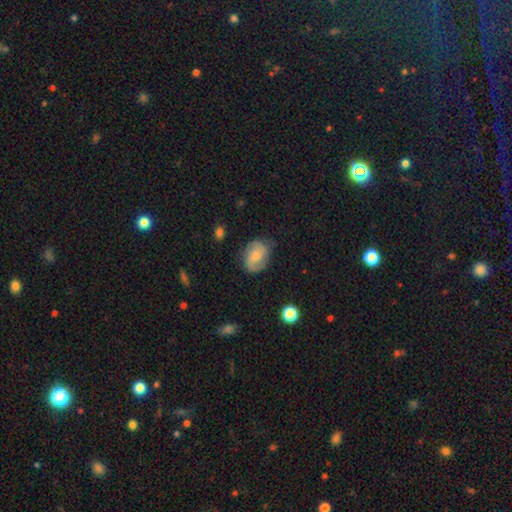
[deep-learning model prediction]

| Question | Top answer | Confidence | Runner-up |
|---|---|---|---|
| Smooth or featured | featured or disk | 64% | smooth (29%) |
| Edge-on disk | no | 97% | yes (3%) |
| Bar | no | 54% | weak (39%) |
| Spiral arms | yes | 92% | no (8%) |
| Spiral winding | medium | 48% | tight (31%) |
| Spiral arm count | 2 | 85% | can't tell (8%) |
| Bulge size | moderate | 44% | small (42%) |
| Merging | none | 75% | minor disturbance (18%) |